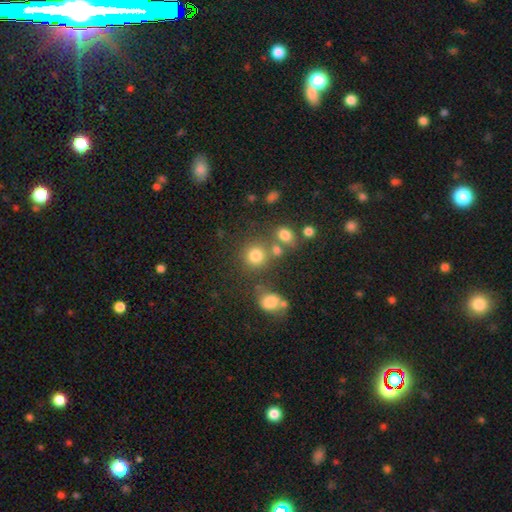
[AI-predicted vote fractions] A smooth galaxy with no disk features (78%) that is round (87%). Merging: none (68%).